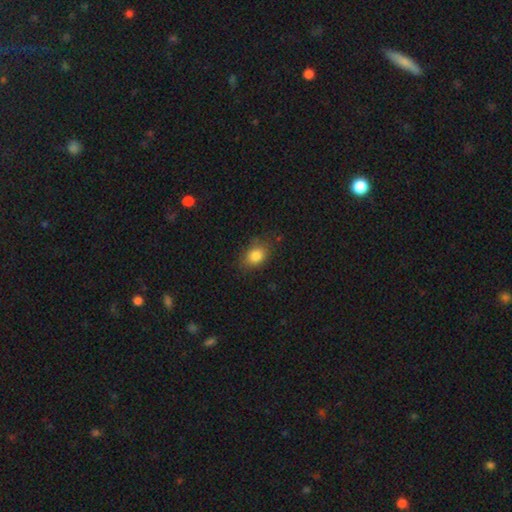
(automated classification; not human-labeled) Q: Smooth or featured?
A: smooth (84%); runner-up: star or artifact (10%)
Q: How rounded?
A: in between (65%); runner-up: round (34%)
Q: Merging?
A: none (77%); runner-up: minor disturbance (17%)